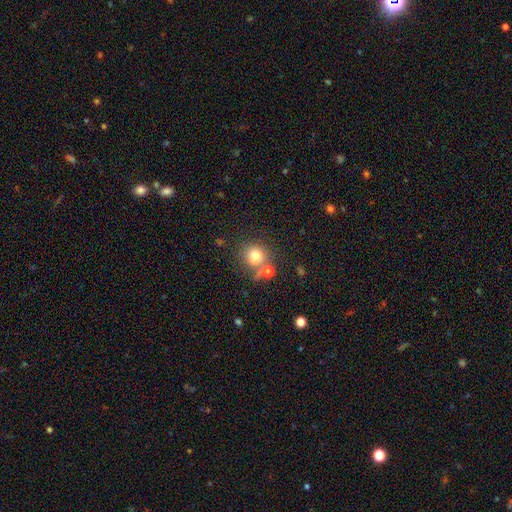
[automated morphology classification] smooth 74%, star or artifact 14%, featured or disk 12%. Down the decision tree: how rounded — round (84%); merging — none (60%).